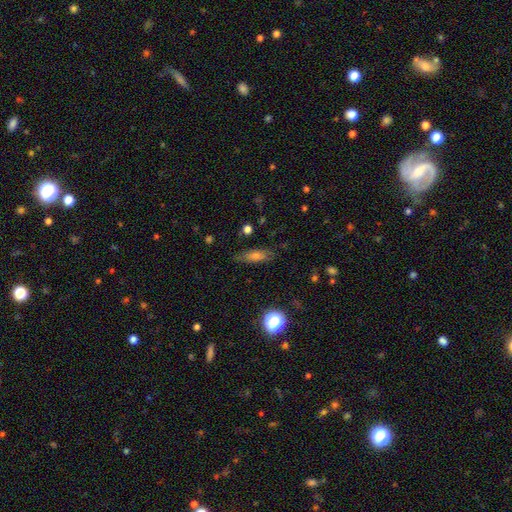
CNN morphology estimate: This is possibly a smooth galaxy (59%). How rounded: possibly in between (48%). Merging: likely none (77%).